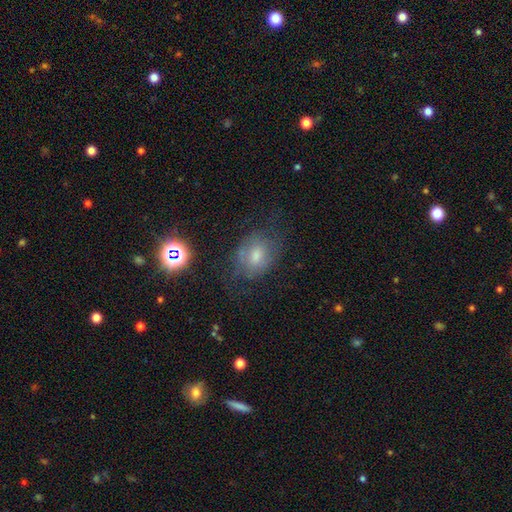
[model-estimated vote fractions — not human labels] Smooth or featured? smooth (48%)
Merging? none (53%)